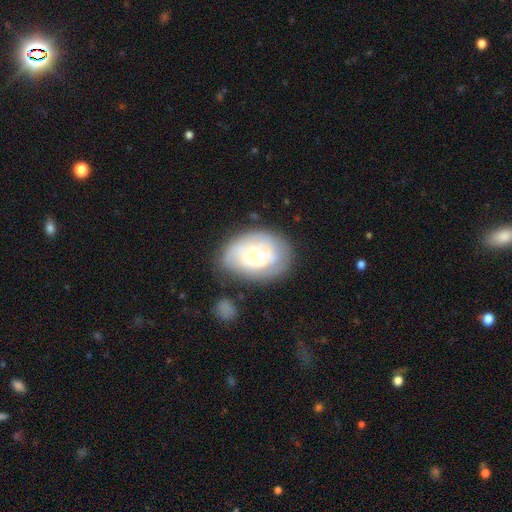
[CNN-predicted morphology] Q: Smooth or featured?
A: featured or disk (56%); runner-up: smooth (37%)
Q: Edge-on disk?
A: no (96%); runner-up: yes (4%)
Q: Bar?
A: no (78%); runner-up: weak (18%)
Q: Spiral arms?
A: yes (72%); runner-up: no (28%)
Q: Bulge size?
A: small (49%); runner-up: moderate (39%)
Q: Merging?
A: none (63%); runner-up: minor disturbance (22%)